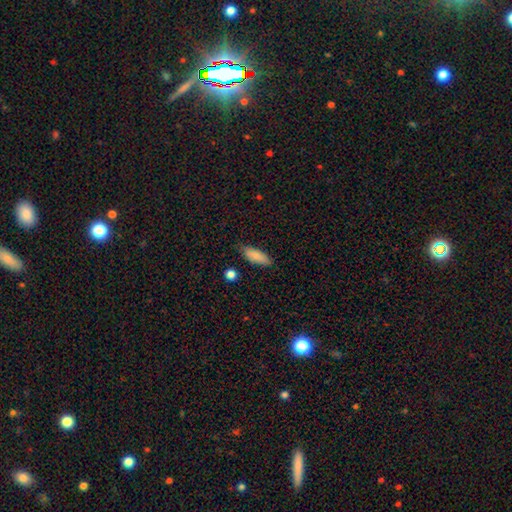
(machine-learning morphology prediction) A smooth galaxy with no disk features (85%) that is in between round and cigar-shaped (69%). Merging: none (81%).